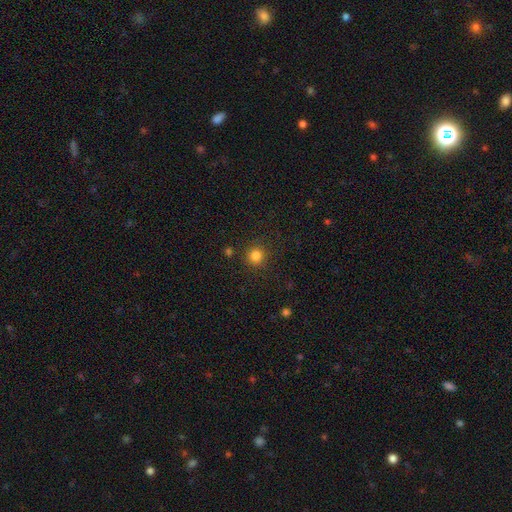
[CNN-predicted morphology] Overall: smooth (83%). How rounded: round (93%). Merging: none (89%).